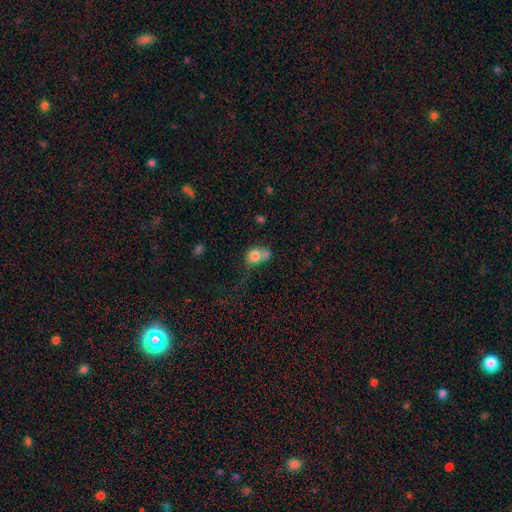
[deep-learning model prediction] smooth-or-featured: smooth: 76% | featured or disk: 14% | star or artifact: 11%
  how-rounded: round: 53% | in between: 46% | cigar-shaped: 1%
  merging: merger: 36% | none: 29% | minor disturbance: 21% | major disturbance: 14%